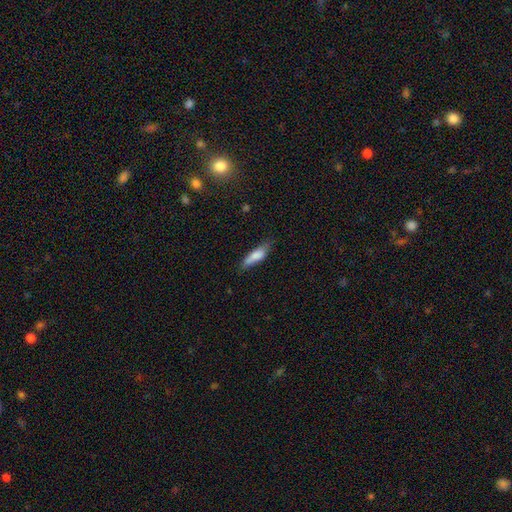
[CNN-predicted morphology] type=smooth (78%); roundness=cigar-shaped (56%); merging=none (59%).